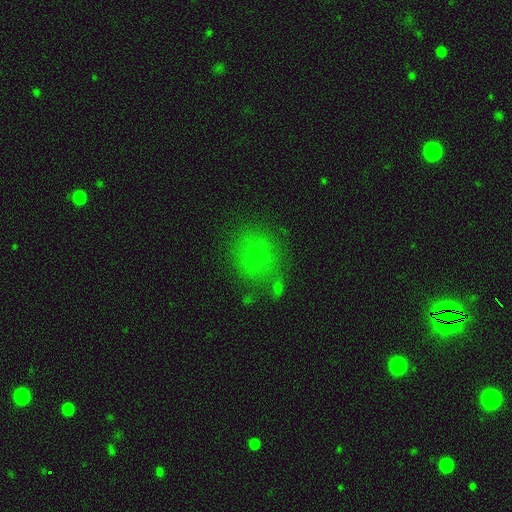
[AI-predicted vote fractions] A smooth galaxy with no disk features (60%) that is round (63%). Merging: none (65%).